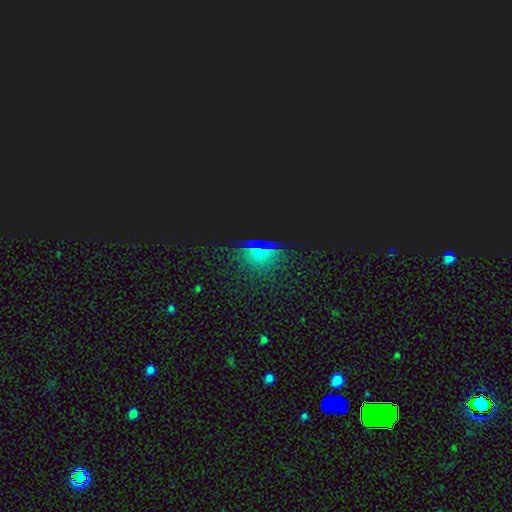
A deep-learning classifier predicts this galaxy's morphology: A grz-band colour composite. It shows a star or artifact, not a galaxy (57%).